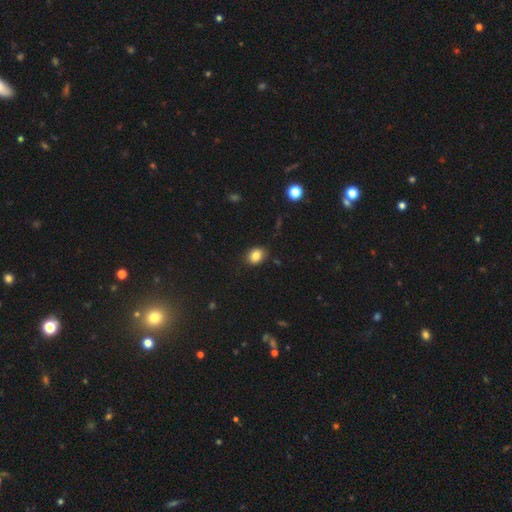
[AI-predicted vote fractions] Smooth or featured?
  - smooth: 84% *
  - star or artifact: 10%
  - featured or disk: 6%
How rounded?
  - in between: 55% *
  - round: 44%
  - cigar-shaped: 1%
Merging?
  - none: 86% *
  - minor disturbance: 10%
  - major disturbance: 2%
  - merger: 1%